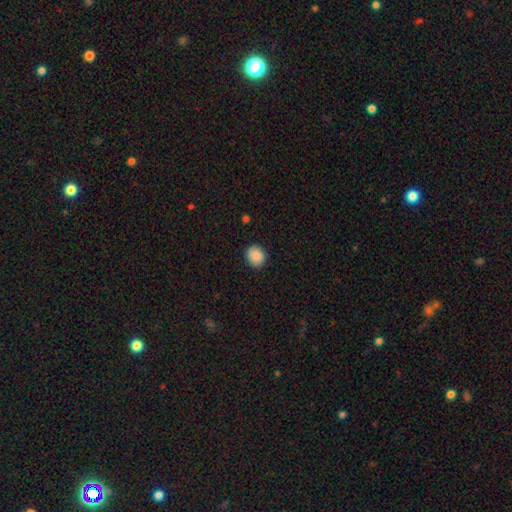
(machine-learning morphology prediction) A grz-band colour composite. It shows a smooth galaxy with no disk features (88%) that is round (66%). Merging: none (88%).